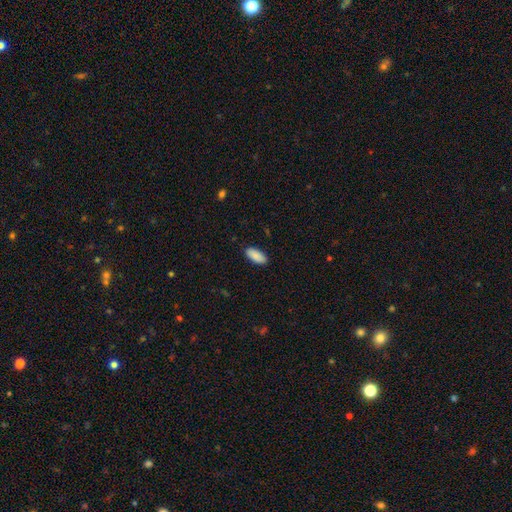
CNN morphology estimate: This is clearly a smooth galaxy (90%). How rounded: clearly in between (89%). Merging: clearly none (89%).